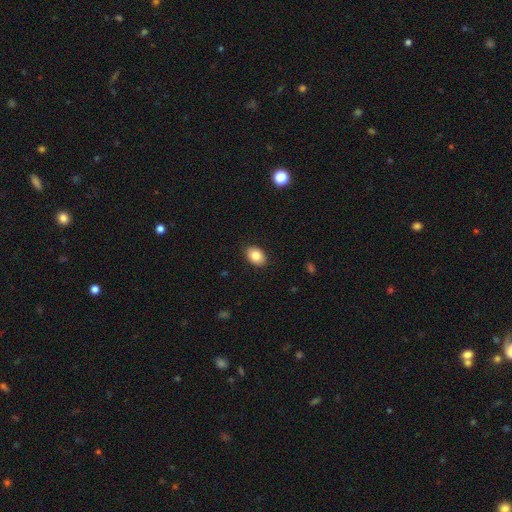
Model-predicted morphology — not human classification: Overall: smooth (85%). How rounded: in between (79%). Merging: none (89%).